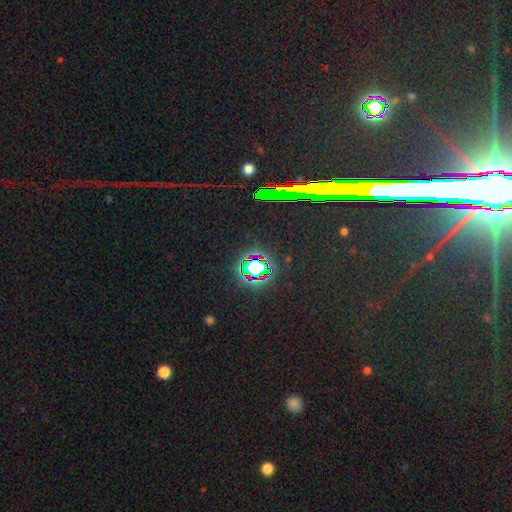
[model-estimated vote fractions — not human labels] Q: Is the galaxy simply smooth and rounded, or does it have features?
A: star or artifact — 79%.